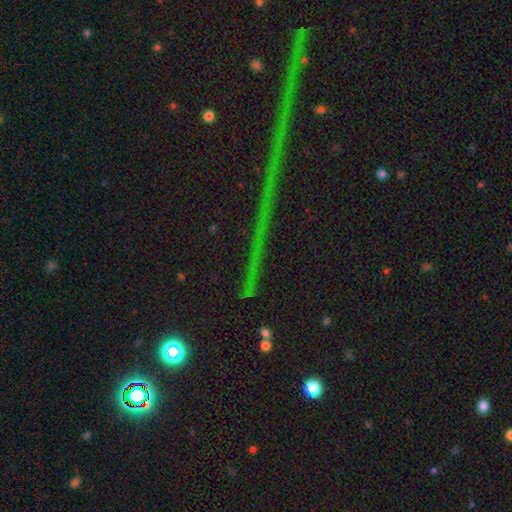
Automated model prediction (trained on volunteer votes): Overall: star or artifact (77%).